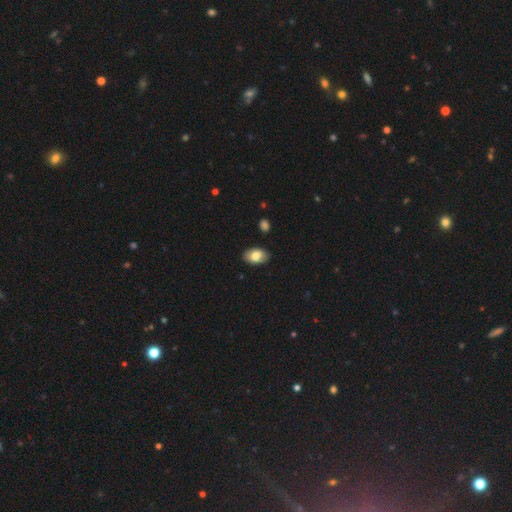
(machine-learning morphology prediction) smooth-or-featured: smooth: 80% | featured or disk: 13% | star or artifact: 7%
  how-rounded: in between: 92% | round: 7% | cigar-shaped: 1%
  merging: none: 88% | minor disturbance: 9% | major disturbance: 2% | merger: 1%